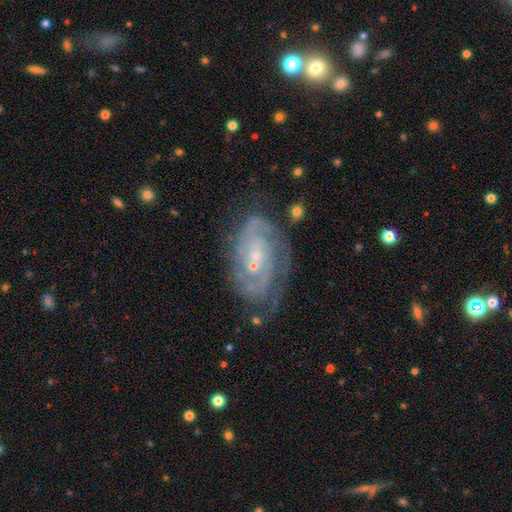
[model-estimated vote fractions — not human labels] Smooth or featured? Predicted: featured or disk (p=0.86). Edge-on disk? Predicted: no (p=0.96). Bar? Predicted: no (p=0.64). Spiral arms? Predicted: yes (p=0.95). Spiral winding? Predicted: tight (p=0.66). Spiral arm count? Predicted: 2 (p=0.50). Bulge size? Predicted: small (p=0.75). Merging? Predicted: none (p=0.68).